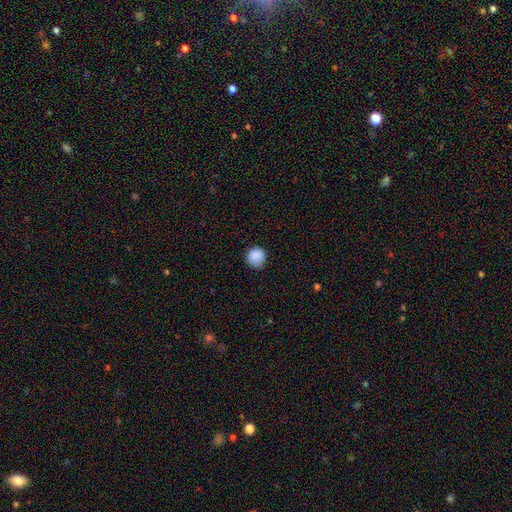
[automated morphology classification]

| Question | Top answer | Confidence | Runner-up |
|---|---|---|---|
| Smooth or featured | smooth | 87% | star or artifact (9%) |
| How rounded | round | 88% | in between (11%) |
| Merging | none | 74% | minor disturbance (21%) |